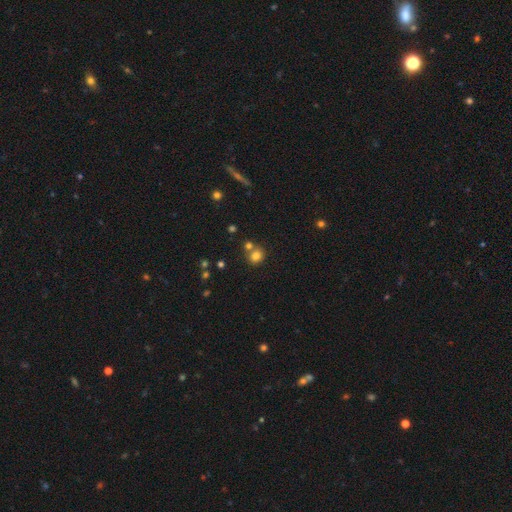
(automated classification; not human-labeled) Overall: smooth (78%). How rounded: round (82%). Merging: none (60%; merger 28%).